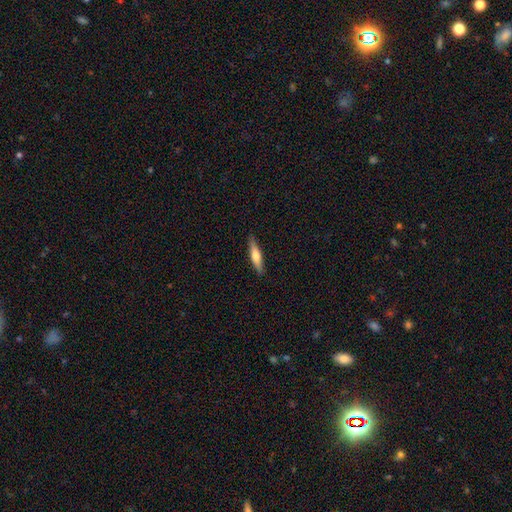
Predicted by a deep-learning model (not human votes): Smooth or featured? Predicted: smooth (p=0.57). How rounded? Predicted: cigar-shaped (p=0.81). Merging? Predicted: none (p=0.89).